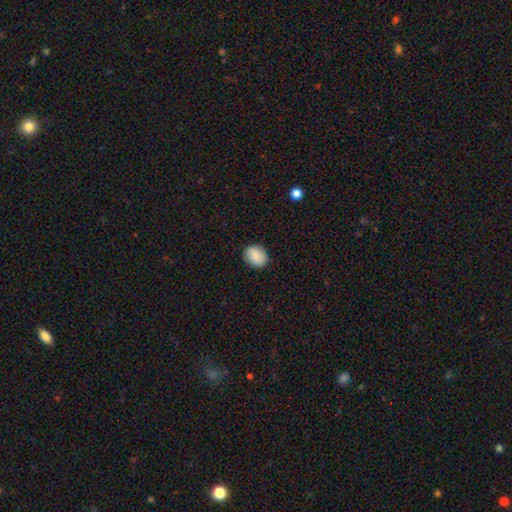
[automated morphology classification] Smooth or featured?
  - smooth: 85% *
  - featured or disk: 8%
  - star or artifact: 7%
How rounded?
  - round: 52% *
  - in between: 47%
  - cigar-shaped: 1%
Merging?
  - none: 88% *
  - minor disturbance: 9%
  - major disturbance: 2%
  - merger: 1%